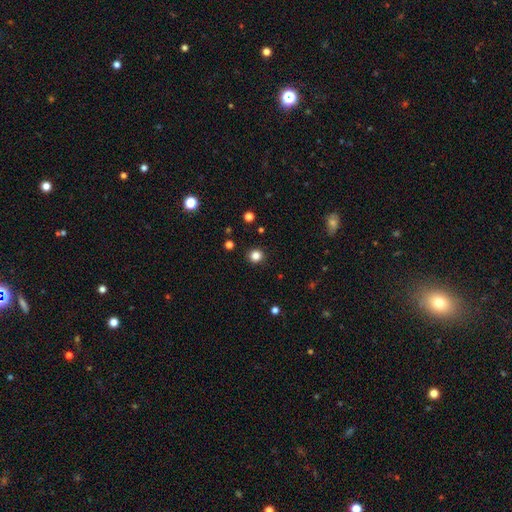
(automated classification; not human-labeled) smooth-or-featured: smooth: 83% | star or artifact: 13% | featured or disk: 4%
  how-rounded: round: 94% | in between: 5% | cigar-shaped: 1%
  merging: none: 92% | minor disturbance: 5% | major disturbance: 2% | merger: 1%